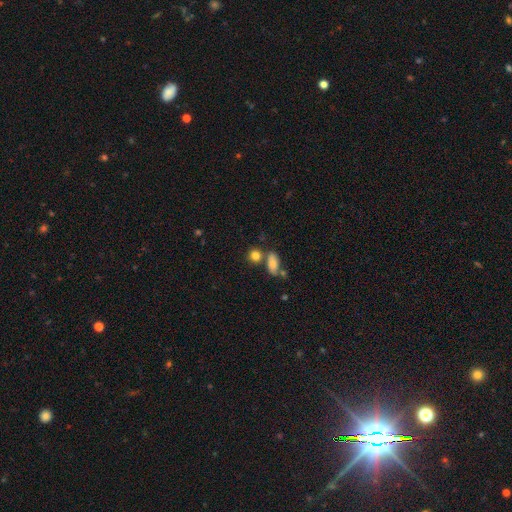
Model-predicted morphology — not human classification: smooth_or_featured: smooth (p=0.81) [alt: star or artifact p=0.10]
how_rounded: round (p=0.60) [alt: in between p=0.36]
merging: none (p=0.58) [alt: merger p=0.27]